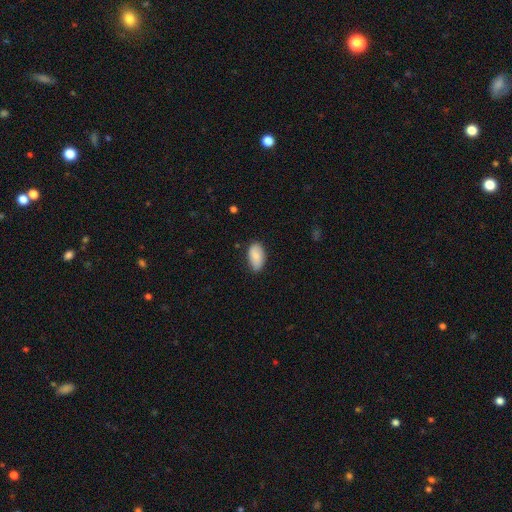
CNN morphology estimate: Smooth or featured? Predicted: smooth (p=0.83). How rounded? Predicted: in between (p=0.94). Merging? Predicted: none (p=0.76).